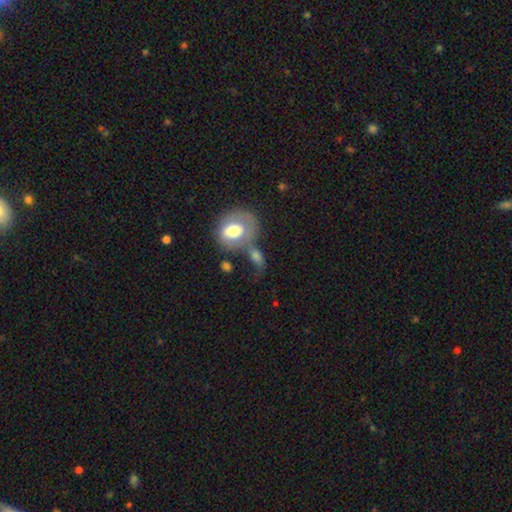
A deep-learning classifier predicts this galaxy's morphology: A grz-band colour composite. It shows a smooth galaxy with no disk features (59%) that is in between round and cigar-shaped (61%). Merging: merger (39%).